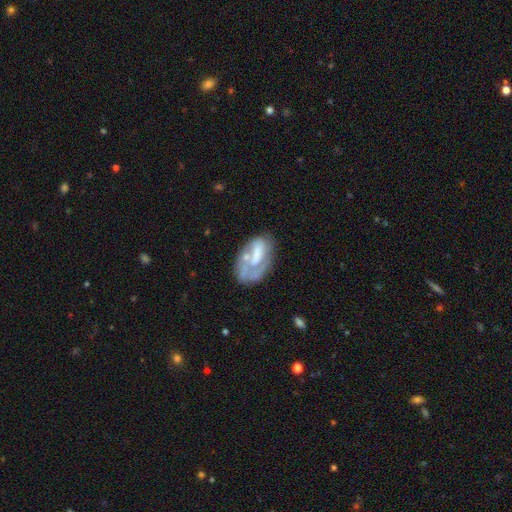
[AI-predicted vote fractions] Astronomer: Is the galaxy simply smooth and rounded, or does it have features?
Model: featured or disk — 57% (runner-up: smooth, 36%).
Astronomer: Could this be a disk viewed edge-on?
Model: no — 96%.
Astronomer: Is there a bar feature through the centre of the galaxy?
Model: no — 53% (runner-up: weak, 29%).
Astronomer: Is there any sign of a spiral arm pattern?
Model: no — 56% (runner-up: yes, 44%).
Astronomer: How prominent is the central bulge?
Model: none — 37% (runner-up: moderate, 28%).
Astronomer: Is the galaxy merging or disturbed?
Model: none — 42% (runner-up: minor disturbance, 25%).